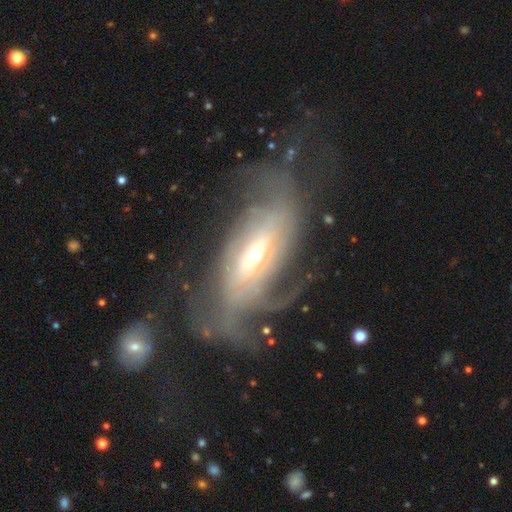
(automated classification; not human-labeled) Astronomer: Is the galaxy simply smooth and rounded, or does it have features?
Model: featured or disk — 79%.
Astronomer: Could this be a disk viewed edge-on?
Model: no — 90%.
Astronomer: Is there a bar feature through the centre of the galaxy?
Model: weak — 38% (runner-up: no, 34%).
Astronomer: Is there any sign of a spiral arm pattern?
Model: yes — 83%.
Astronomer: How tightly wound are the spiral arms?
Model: medium — 38% (runner-up: tight, 33%).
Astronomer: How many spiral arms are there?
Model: can't tell — 39% (runner-up: 2, 34%).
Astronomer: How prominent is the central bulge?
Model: small — 48% (runner-up: moderate, 45%).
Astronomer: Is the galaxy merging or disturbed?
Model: none — 38% (runner-up: major disturbance, 36%).